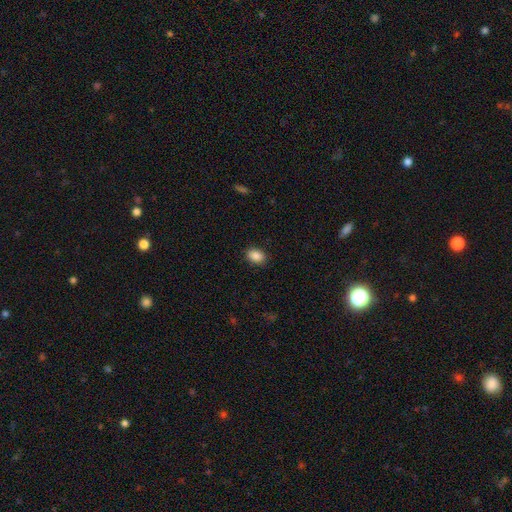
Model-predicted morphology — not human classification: Smooth or featured: smooth — 88% (star or artifact — 8%)
How rounded: in between — 74% (round — 25%)
Merging: none — 89% (minor disturbance — 8%)